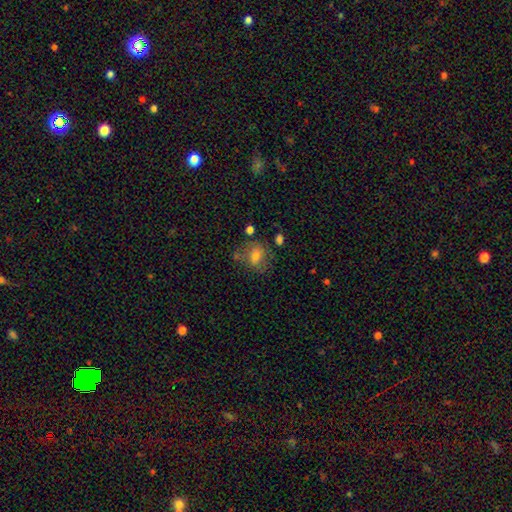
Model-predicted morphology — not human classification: Overall: smooth (68%). How rounded: in between (51%; round 47%). Merging: none (58%; minor disturbance 21%).